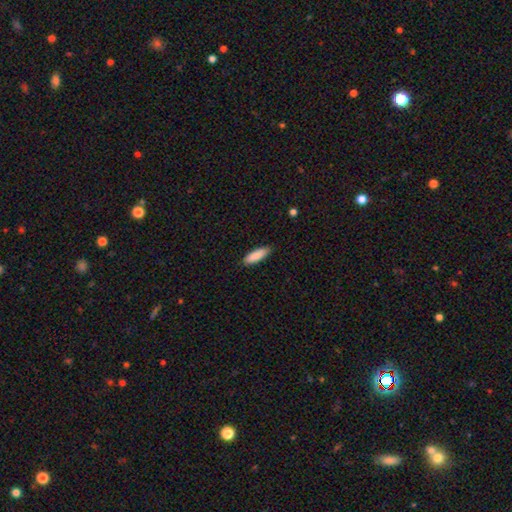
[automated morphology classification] Smooth or featured?
  - smooth: 89% *
  - star or artifact: 6%
  - featured or disk: 6%
How rounded?
  - in between: 49% * (tied)
  - cigar-shaped: 49% * (tied)
  - round: 1%
Merging?
  - none: 87% *
  - minor disturbance: 10%
  - major disturbance: 2%
  - merger: 1%